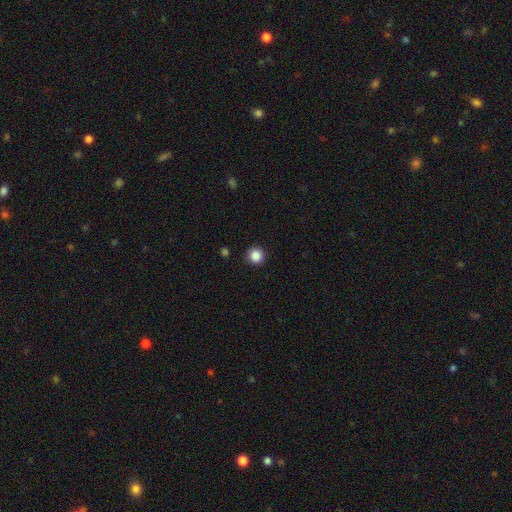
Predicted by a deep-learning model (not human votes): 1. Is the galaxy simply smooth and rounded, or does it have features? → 86% smooth, 10% star or artifact, 3% featured or disk.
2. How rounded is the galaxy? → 95% round, 4% in between, 1% cigar-shaped.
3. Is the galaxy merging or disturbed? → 92% none, 5% minor disturbance, 2% major disturbance, 1% merger.